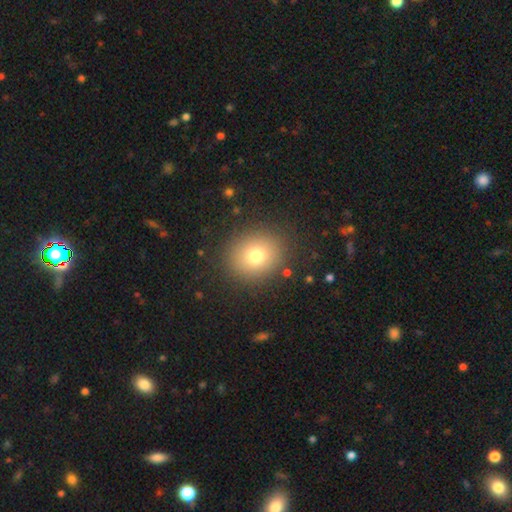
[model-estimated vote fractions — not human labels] This appears to be a smooth galaxy with no disk features (75%) that is round (78%). Merging: none (88%).